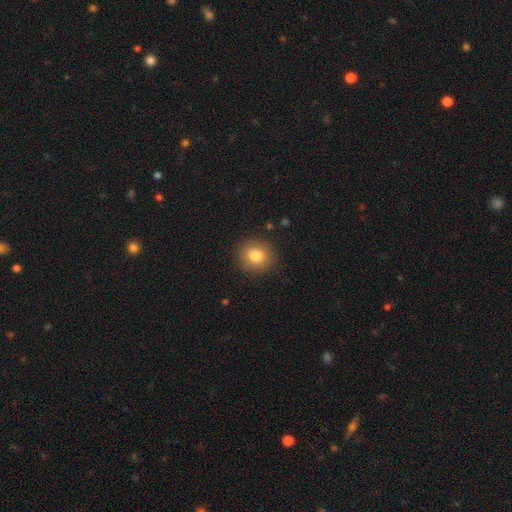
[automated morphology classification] smooth-or-featured: smooth: 81% | star or artifact: 10% | featured or disk: 8%
  how-rounded: round: 88% | in between: 11% | cigar-shaped: 1%
  merging: none: 89% | minor disturbance: 7% | major disturbance: 2% | merger: 1%